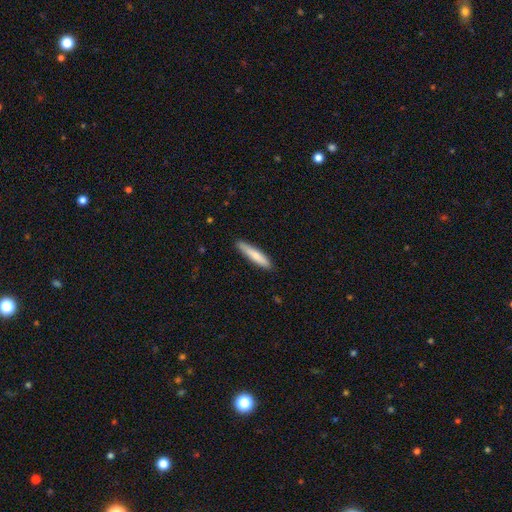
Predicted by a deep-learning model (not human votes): smooth_or_featured: smooth (p=0.76) [alt: featured or disk p=0.19]
how_rounded: cigar-shaped (p=0.88) [alt: in between p=0.11]
merging: none (p=0.87) [alt: minor disturbance p=0.10]